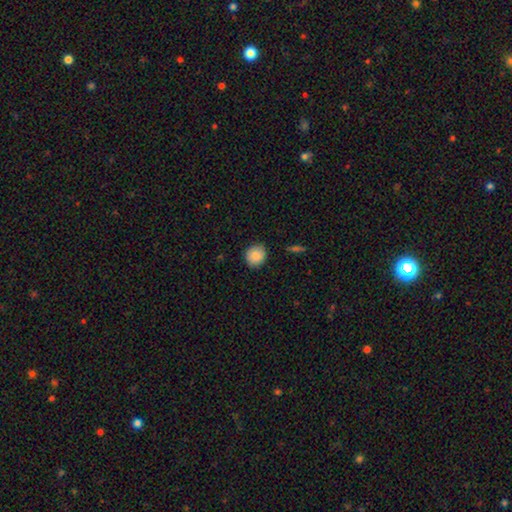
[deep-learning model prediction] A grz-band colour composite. It shows a smooth galaxy with no disk features (88%) that is round (79%). Merging: none (88%).